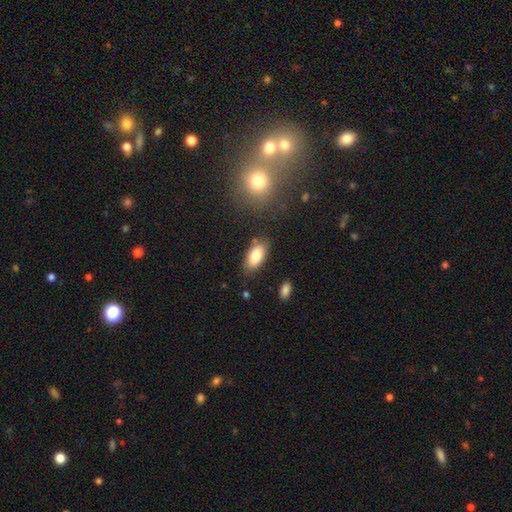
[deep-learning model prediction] smooth 81%, featured or disk 11%, star or artifact 7%. Down the decision tree: how rounded — in between (90%); merging — none (77%).